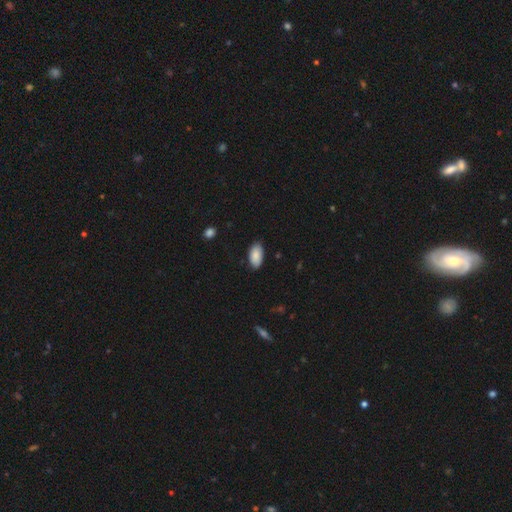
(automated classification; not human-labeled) Smooth or featured: smooth — 88% (star or artifact — 6%)
How rounded: in between — 95% (round — 3%)
Merging: none — 84% (minor disturbance — 13%)